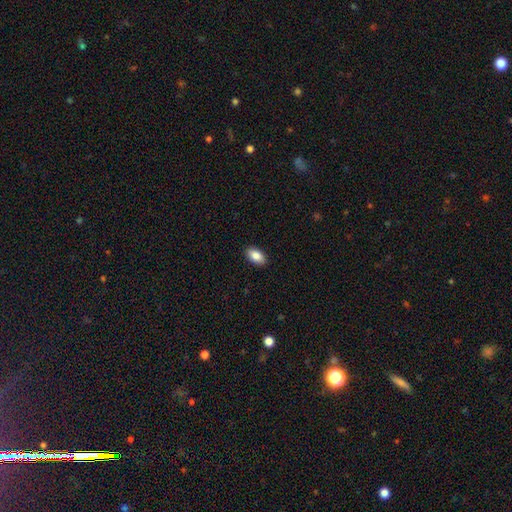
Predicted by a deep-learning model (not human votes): Smooth or featured? smooth (87%)
How rounded? in between (93%)
Merging? none (90%)